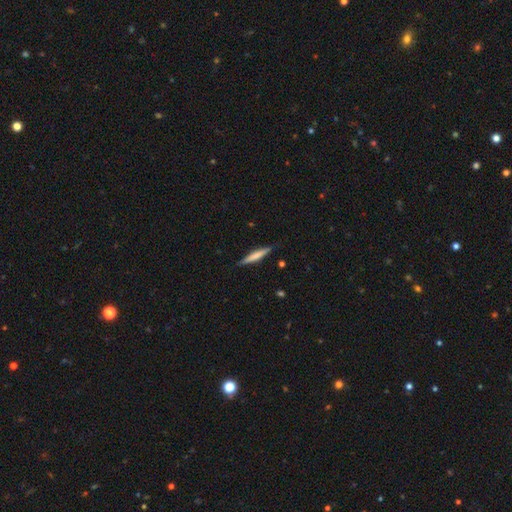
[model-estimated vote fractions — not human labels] Overall: smooth (55%; featured or disk 39%). How rounded: cigar-shaped (93%). Merging: none (88%).